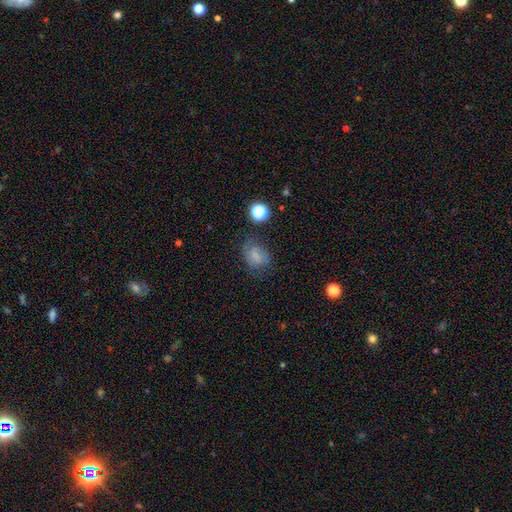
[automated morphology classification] Smooth or featured: smooth — 63% (featured or disk — 22%)
How rounded: in between — 59% (round — 40%)
Merging: none — 60% (minor disturbance — 24%)